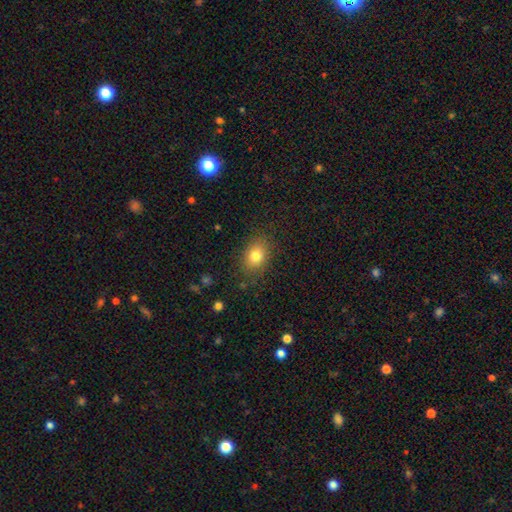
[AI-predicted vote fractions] smooth_or_featured: smooth (p=0.79) [alt: star or artifact p=0.11]
how_rounded: in between (p=0.62) [alt: round p=0.36]
merging: none (p=0.84) [alt: minor disturbance p=0.11]